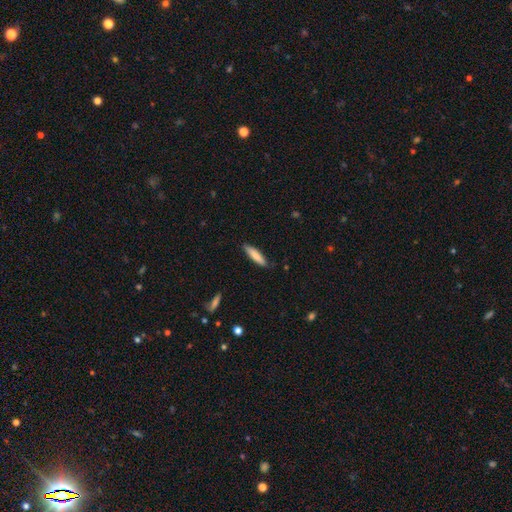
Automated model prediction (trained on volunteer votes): Morphology: type=smooth (81%); roundness=cigar-shaped (80%); merging=none (86%).